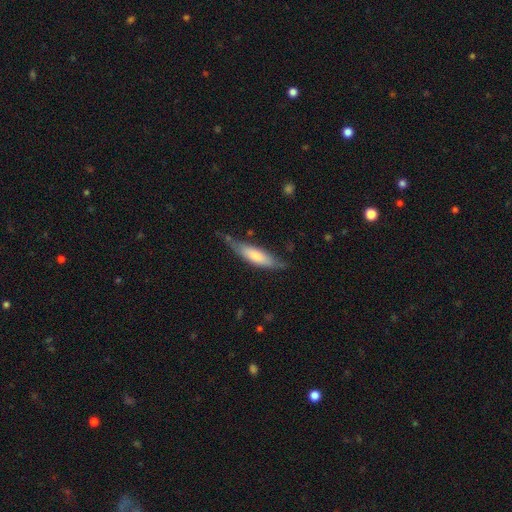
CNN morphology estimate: Smooth or featured? Predicted: smooth (p=0.65). How rounded? Predicted: cigar-shaped (p=0.64). Merging? Predicted: none (p=0.61).